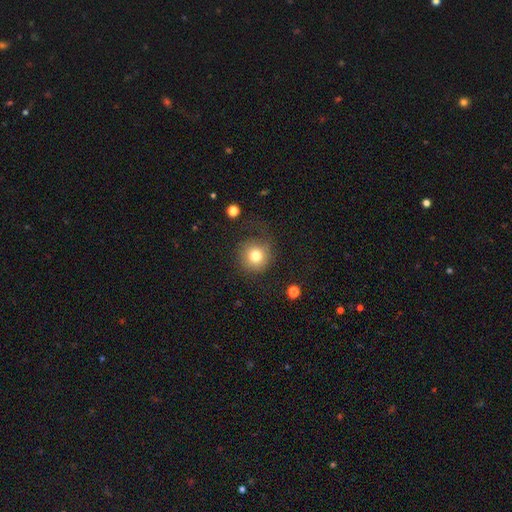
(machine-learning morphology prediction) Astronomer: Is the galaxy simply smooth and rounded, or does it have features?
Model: smooth — 78%.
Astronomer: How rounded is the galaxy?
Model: round — 92%.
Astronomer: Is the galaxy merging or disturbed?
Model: none — 70%.